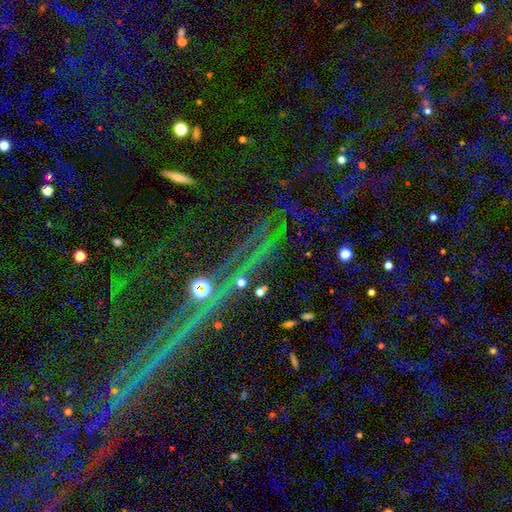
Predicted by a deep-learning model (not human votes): A star or artifact, not a galaxy (82%).

Vote fractions:
- Smooth or featured? star or artifact: 82% / featured or disk: 10% / smooth: 9%